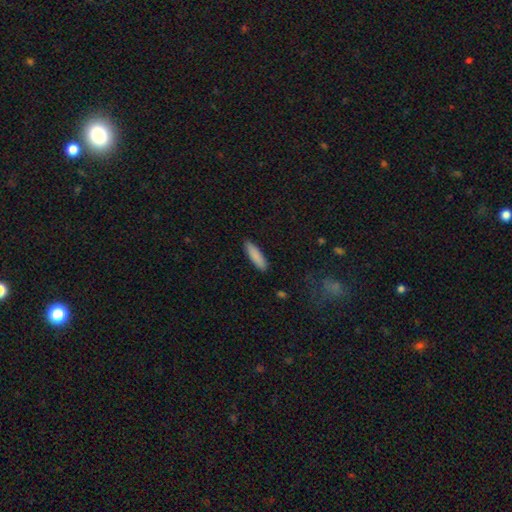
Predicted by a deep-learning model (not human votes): smooth 88%, featured or disk 7%, star or artifact 6%. Down the decision tree: how rounded — cigar-shaped (69%); merging — none (90%).